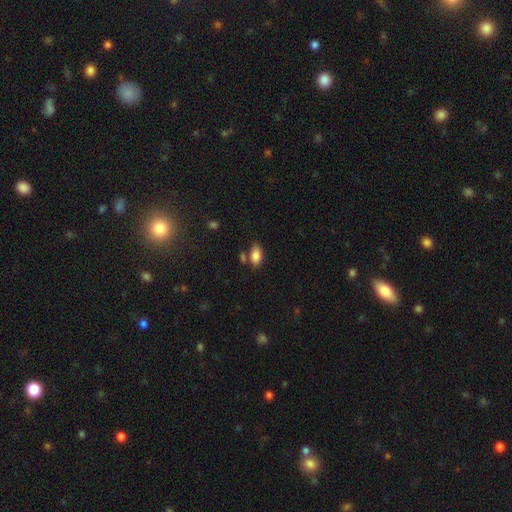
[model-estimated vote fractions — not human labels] smooth_or_featured: smooth (p=0.86) [alt: star or artifact p=0.08]
how_rounded: in between (p=0.92) [alt: round p=0.05]
merging: none (p=0.67) [alt: minor disturbance p=0.16]